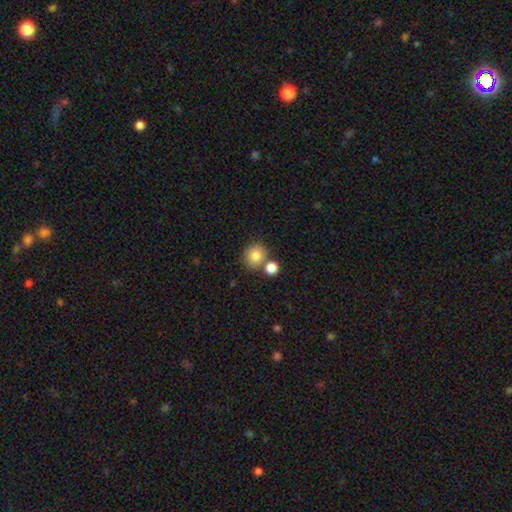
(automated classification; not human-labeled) Smooth or featured?
  - smooth: 83% *
  - star or artifact: 10%
  - featured or disk: 7%
How rounded?
  - round: 81% *
  - in between: 18%
  - cigar-shaped: 1%
Merging?
  - none: 68% *
  - merger: 20%
  - minor disturbance: 9%
  - major disturbance: 3%